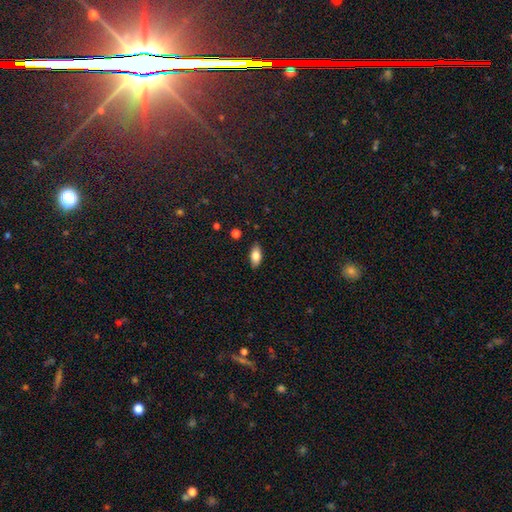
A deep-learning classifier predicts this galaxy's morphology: A smooth galaxy with no disk features (79%) that is in between round and cigar-shaped (88%). Merging: none (87%).